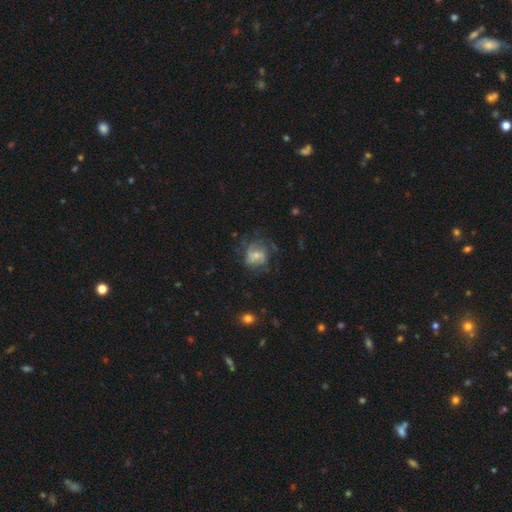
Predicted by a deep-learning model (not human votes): featured or disk 62%, smooth 29%, star or artifact 9%. Down the decision tree: edge-on disk — no (98%); bar — no (49%); spiral arms — yes (78%); bulge size — small (47%); merging — none (54%).